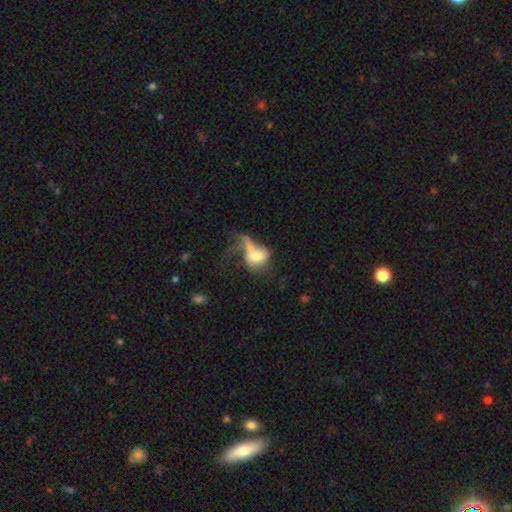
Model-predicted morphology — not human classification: smooth_or_featured: smooth (p=0.51) [alt: featured or disk p=0.39]
how_rounded: in between (p=0.63) [alt: round p=0.33]
merging: major disturbance (p=0.42) [alt: merger p=0.31]